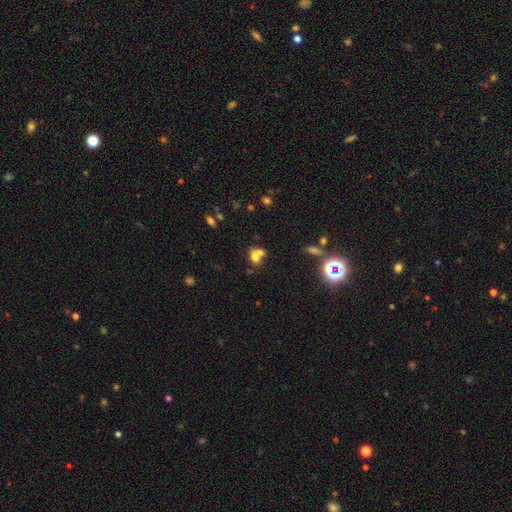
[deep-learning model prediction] Smooth or featured: smooth — 66% (featured or disk — 18%)
How rounded: in between — 57% (round — 41%)
Merging: merger — 62% (none — 26%)